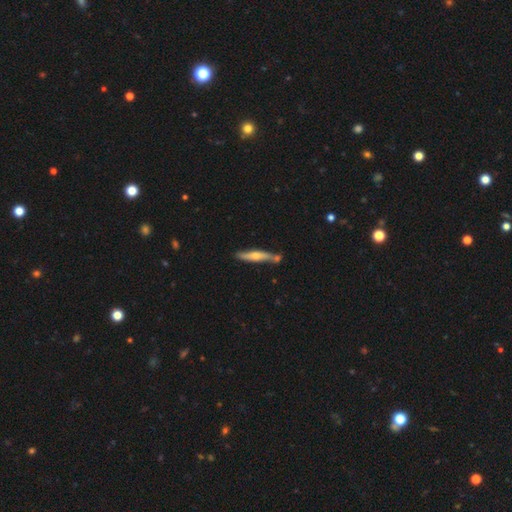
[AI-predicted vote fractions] Q: Smooth or featured?
A: featured or disk (49%); runner-up: smooth (46%)
Q: Merging?
A: none (65%); runner-up: minor disturbance (16%)